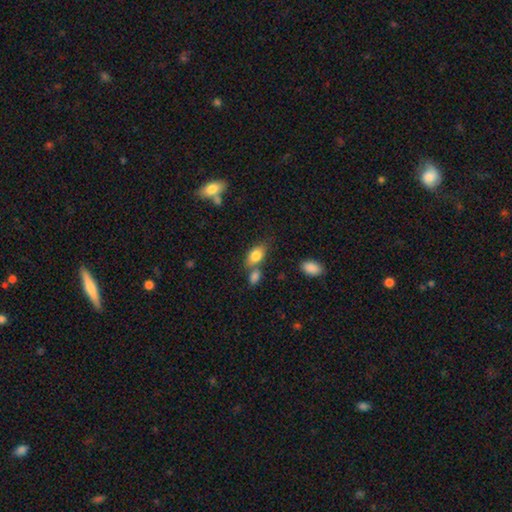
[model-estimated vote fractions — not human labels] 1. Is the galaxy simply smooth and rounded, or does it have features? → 81% smooth, 11% featured or disk, 8% star or artifact.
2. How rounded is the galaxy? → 88% in between, 8% round, 4% cigar-shaped.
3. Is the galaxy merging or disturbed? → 54% none, 28% merger, 14% minor disturbance, 5% major disturbance.